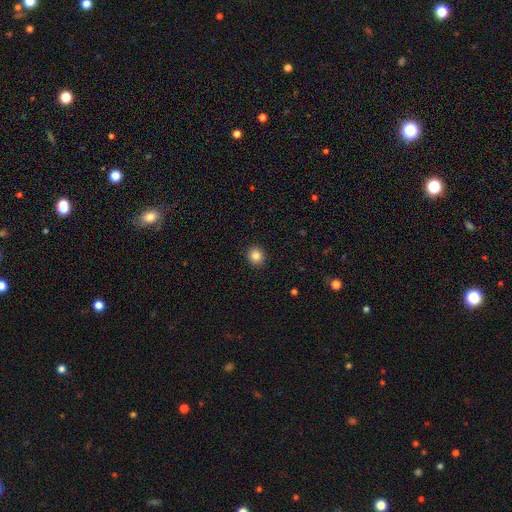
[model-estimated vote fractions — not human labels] Smooth or featured?
  - smooth: 84% *
  - star or artifact: 11%
  - featured or disk: 5%
How rounded?
  - round: 87% *
  - in between: 12%
  - cigar-shaped: 1%
Merging?
  - none: 92% *
  - minor disturbance: 5%
  - major disturbance: 2%
  - merger: 1%